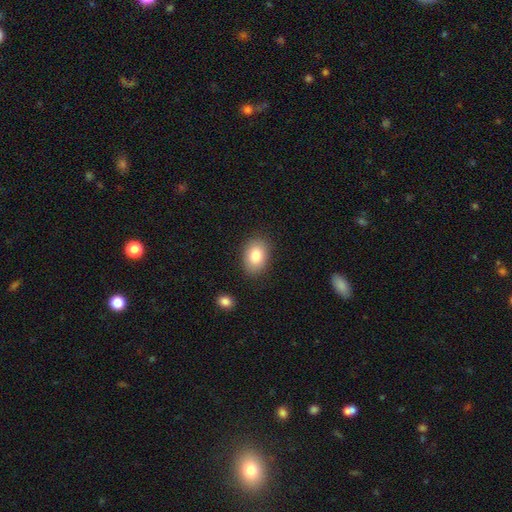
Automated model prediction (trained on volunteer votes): smooth 84%, featured or disk 8%, star or artifact 8%. Down the decision tree: how rounded — in between (79%); merging — none (85%).